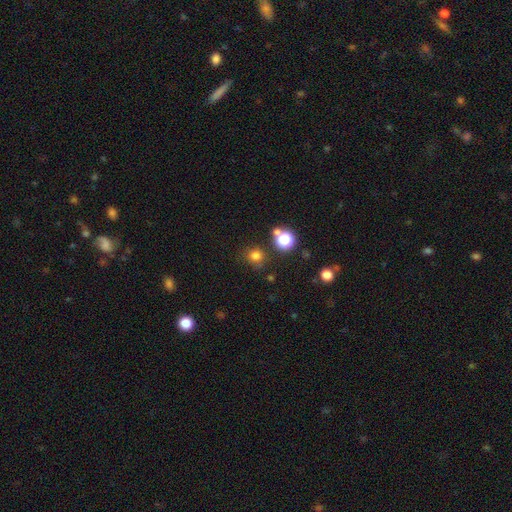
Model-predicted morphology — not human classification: A smooth galaxy with no disk features (75%) that is round (91%).

Vote fractions:
- Smooth or featured? smooth: 75% / star or artifact: 19% / featured or disk: 5%
- How rounded? round: 91% / in between: 8% / cigar-shaped: 1%
- Merging? none: 78% / minor disturbance: 10% / merger: 7% / major disturbance: 4%